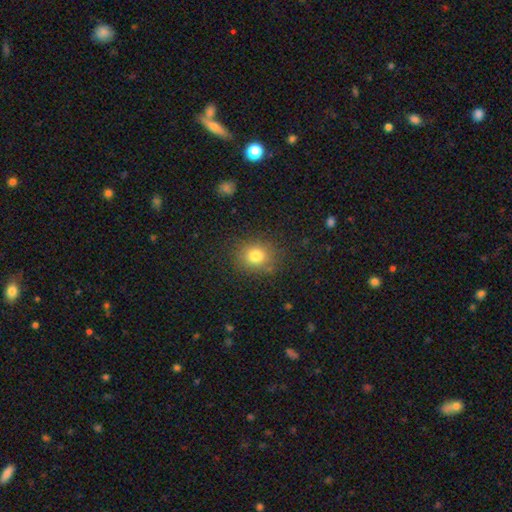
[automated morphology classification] Smooth or featured? smooth (80%)
How rounded? round (70%)
Merging? none (83%)